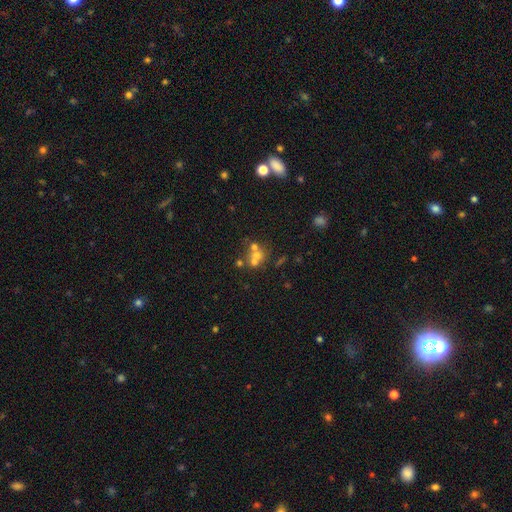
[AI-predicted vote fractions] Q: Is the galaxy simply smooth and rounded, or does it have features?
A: smooth — 49%.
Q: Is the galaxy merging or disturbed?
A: merger — 55%.